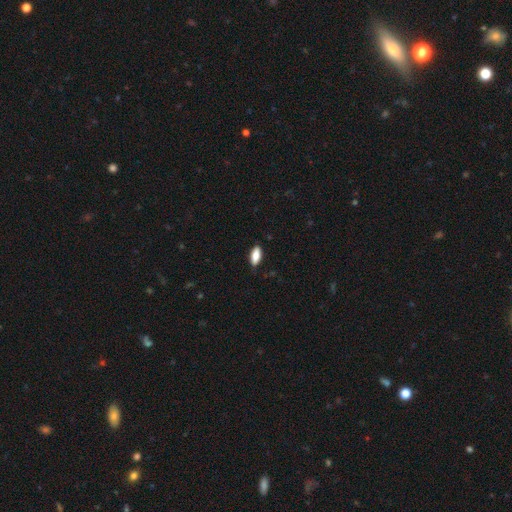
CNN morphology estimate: A smooth galaxy with no disk features (82%) that is in between round and cigar-shaped (80%). Merging: none (86%).